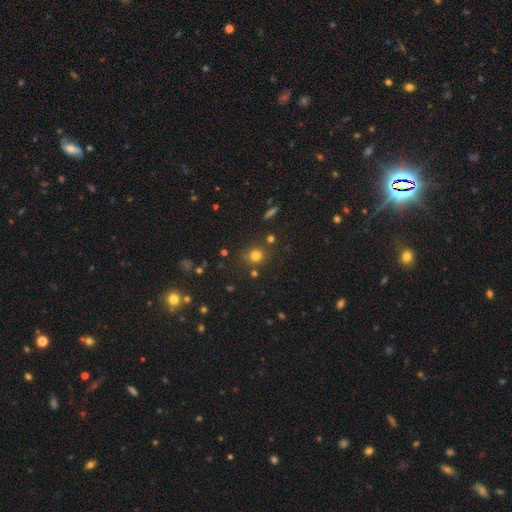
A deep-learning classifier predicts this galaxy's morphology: The model was most divided on "smooth or featured": smooth: 75%, star or artifact: 18%, featured or disk: 7%. More confident: how rounded — round (85%); merging — none (76%).